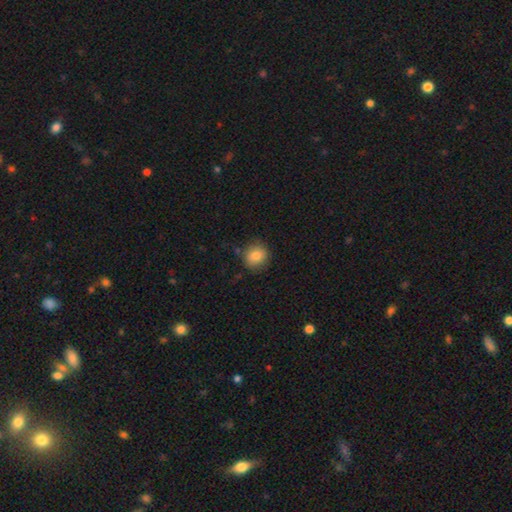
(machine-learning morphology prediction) smooth-or-featured: smooth: 83% | star or artifact: 9% | featured or disk: 8%
  how-rounded: round: 85% | in between: 14% | cigar-shaped: 1%
  merging: none: 83% | minor disturbance: 12% | major disturbance: 3% | merger: 2%